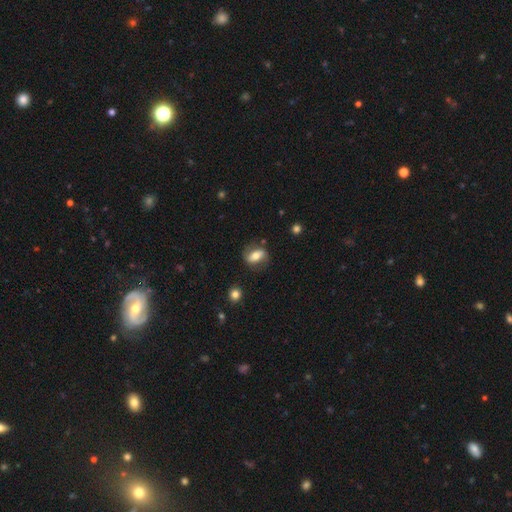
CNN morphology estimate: This is possibly a featured or disk galaxy (49%). Merging: likely none (72%).